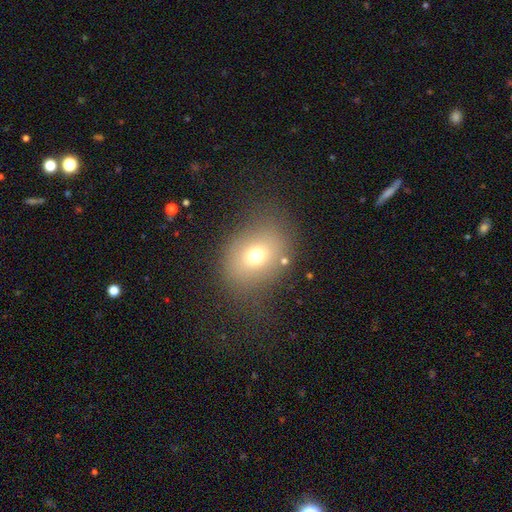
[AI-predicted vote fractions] Smooth or featured?
  - smooth: 68% *
  - star or artifact: 16%
  - featured or disk: 16%
How rounded?
  - in between: 54% *
  - round: 45%
  - cigar-shaped: 1%
Merging?
  - none: 74% *
  - minor disturbance: 15%
  - major disturbance: 9%
  - merger: 3%